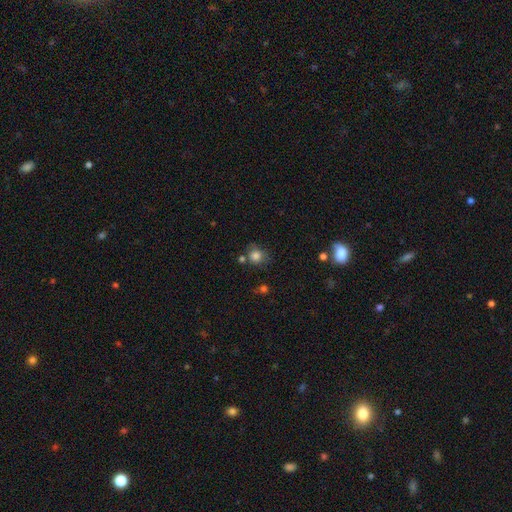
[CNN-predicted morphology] Smooth or featured? smooth (79%)
How rounded? round (79%)
Merging? none (59%)